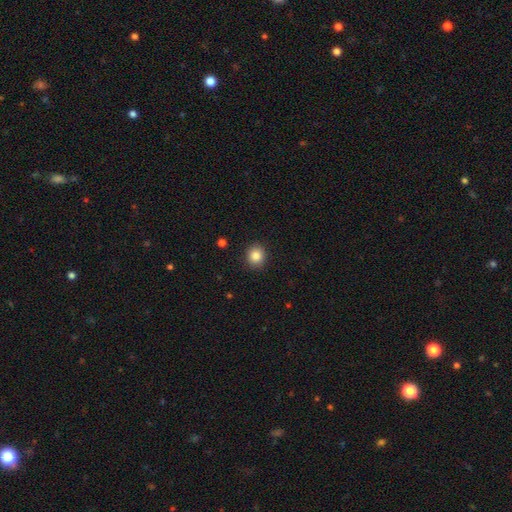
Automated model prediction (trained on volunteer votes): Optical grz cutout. It shows a smooth galaxy with no disk features (85%) that is round (82%). Merging: none (91%).